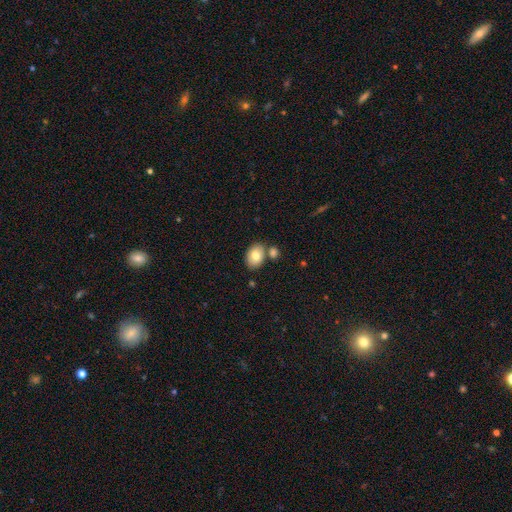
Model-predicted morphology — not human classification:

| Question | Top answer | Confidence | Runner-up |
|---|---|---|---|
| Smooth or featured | smooth | 79% | featured or disk (13%) |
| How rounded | in between | 79% | round (20%) |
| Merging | none | 67% | merger (18%) |